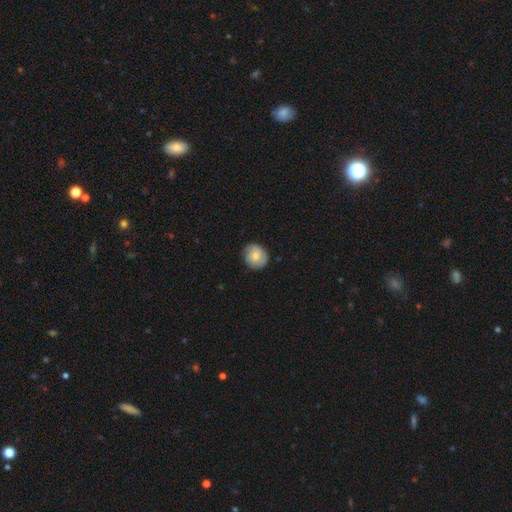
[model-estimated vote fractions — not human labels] Smooth or featured?
  - smooth: 69% *
  - featured or disk: 23%
  - star or artifact: 7%
How rounded?
  - round: 85% *
  - in between: 15%
  - cigar-shaped: 1%
Merging?
  - none: 82% *
  - minor disturbance: 14%
  - major disturbance: 3%
  - merger: 1%